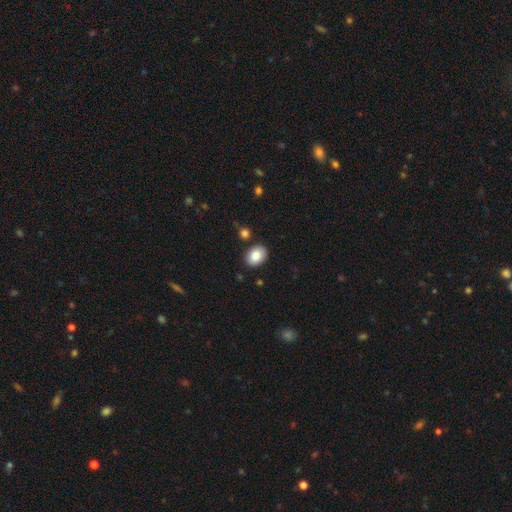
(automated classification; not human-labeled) Morphology: type=smooth (86%); roundness=in between (70%); merging=none (84%).